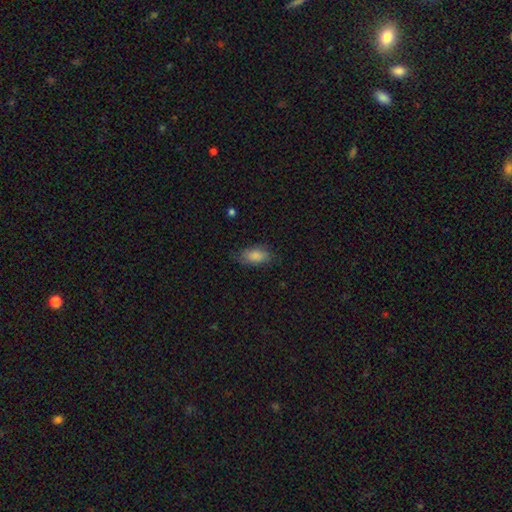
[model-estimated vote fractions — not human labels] smooth 85%, featured or disk 8%, star or artifact 7%. Down the decision tree: how rounded — in between (90%); merging — none (73%).